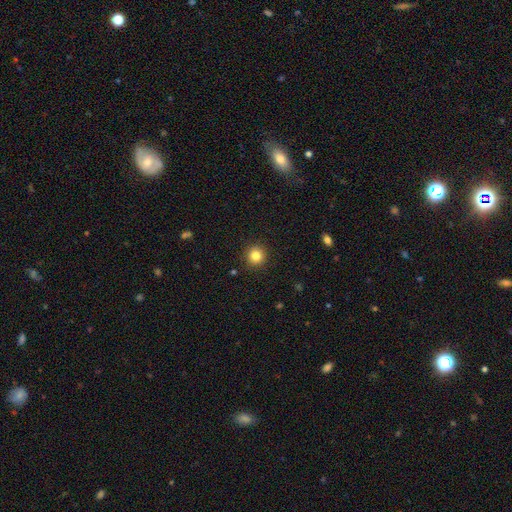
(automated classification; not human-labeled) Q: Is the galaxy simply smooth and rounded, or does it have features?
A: smooth — 83%.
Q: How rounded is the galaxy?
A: round — 95%.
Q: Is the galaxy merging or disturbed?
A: none — 92%.